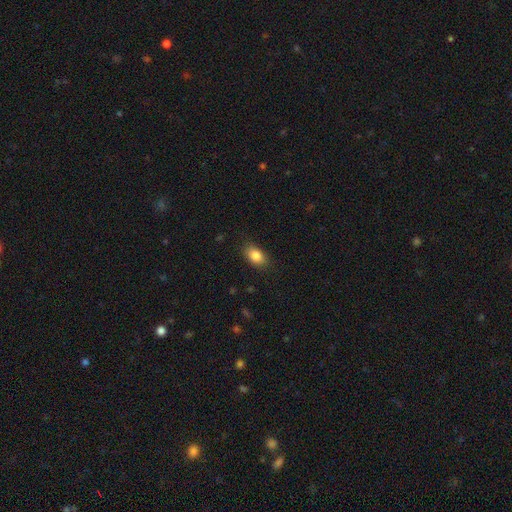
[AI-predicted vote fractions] Smooth or featured? smooth (85%)
How rounded? in between (87%)
Merging? none (84%)